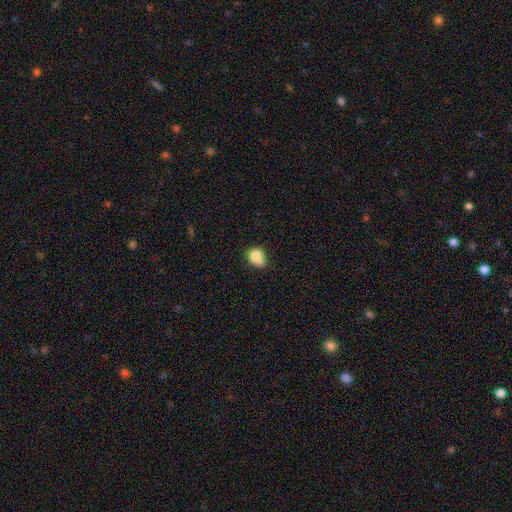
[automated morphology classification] A smooth galaxy with no disk features (79%) that is round (60%).

Vote fractions:
- Smooth or featured? smooth: 79% / featured or disk: 11% / star or artifact: 10%
- How rounded? round: 60% / in between: 39% / cigar-shaped: 1%
- Merging? none: 40% / minor disturbance: 29% / merger: 22% / major disturbance: 10%